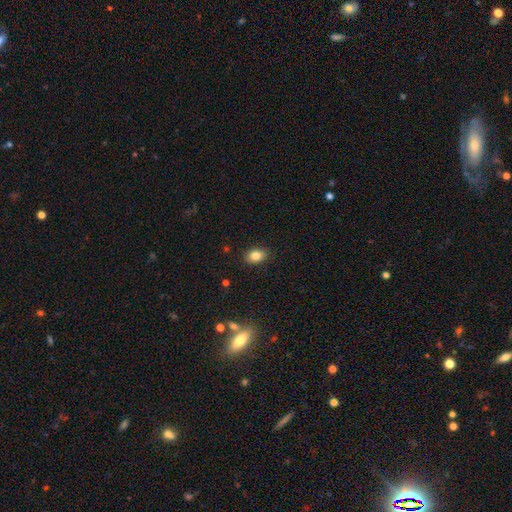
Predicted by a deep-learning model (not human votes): smooth-or-featured: smooth: 83% | star or artifact: 10% | featured or disk: 7%
  how-rounded: in between: 77% | round: 22% | cigar-shaped: 1%
  merging: none: 86% | minor disturbance: 10% | major disturbance: 2% | merger: 1%